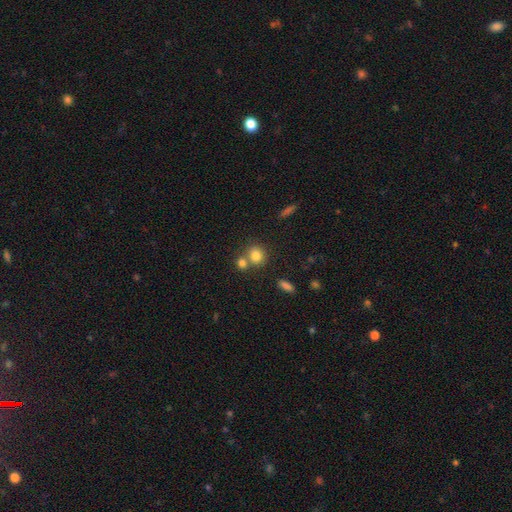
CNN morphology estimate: smooth 81%, star or artifact 11%, featured or disk 8%. Down the decision tree: how rounded — round (76%); merging — none (55%).